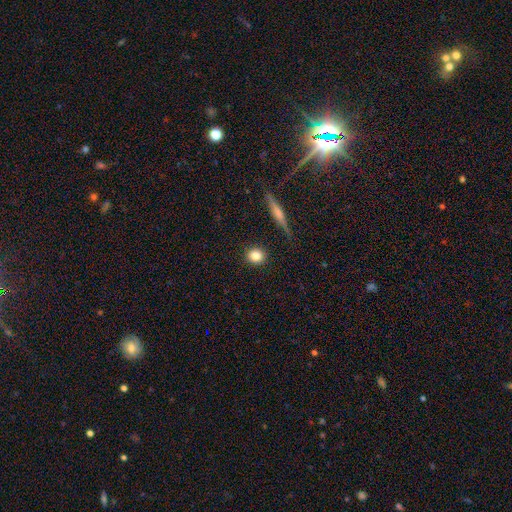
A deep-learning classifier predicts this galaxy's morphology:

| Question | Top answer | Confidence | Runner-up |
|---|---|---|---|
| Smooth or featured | smooth | 83% | star or artifact (9%) |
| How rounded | round | 84% | in between (14%) |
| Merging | none | 90% | minor disturbance (7%) |